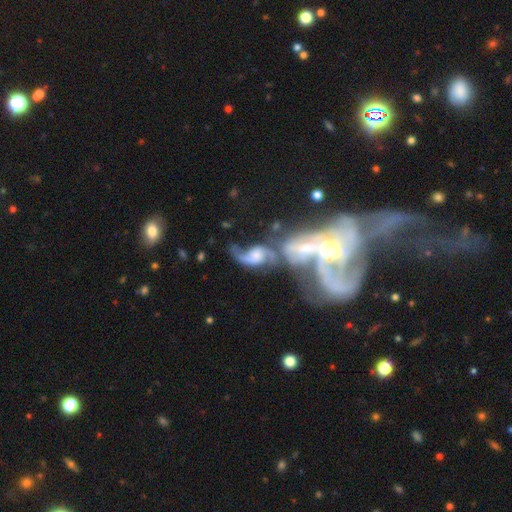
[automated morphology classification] The model was most divided on "bulge size": moderate: 37%, small: 25%, none: 19%, large: 16%, dominant: 3%. More confident: edge-on disk — no (96%); spiral arms — yes (93%); spiral arm count — 2 (85%); smooth or featured — featured or disk (81%); spiral winding — loose (70%); merging — merger (55%); bar — no (53%).